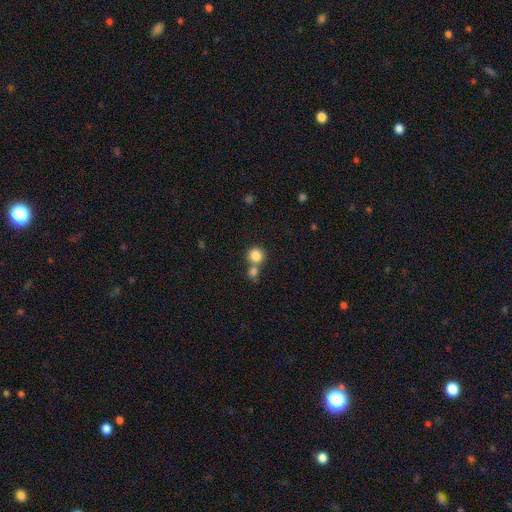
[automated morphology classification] Smooth or featured? Predicted: smooth (p=0.84). How rounded? Predicted: round (p=0.88). Merging? Predicted: none (p=0.52).